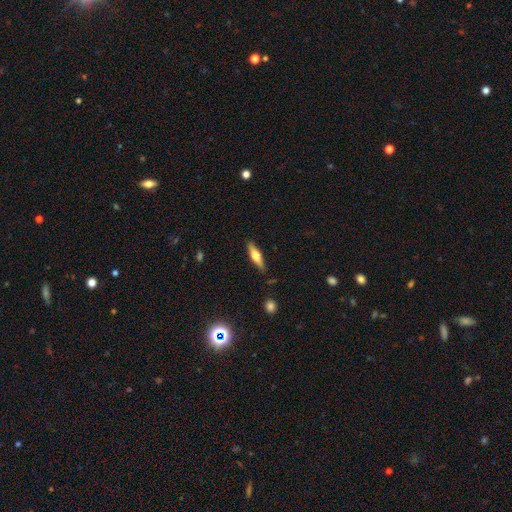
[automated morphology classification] Q: Smooth or featured?
A: featured or disk (51%); runner-up: smooth (42%)
Q: Edge-on disk?
A: yes (94%); runner-up: no (6%)
Q: Merging?
A: none (86%); runner-up: minor disturbance (10%)